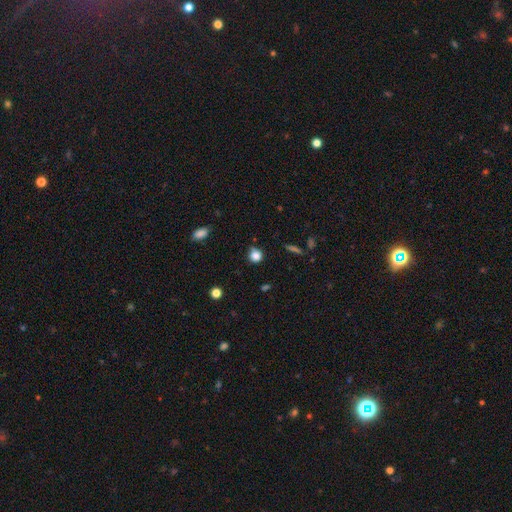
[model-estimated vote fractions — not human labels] This appears to be a smooth galaxy with no disk features (82%) that is round (86%). Merging: none (73%).